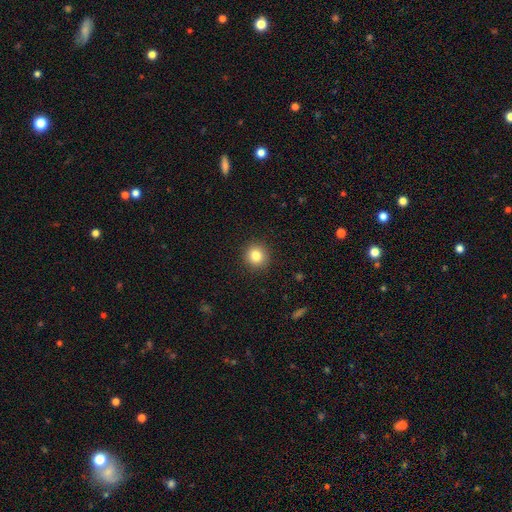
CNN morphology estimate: A smooth galaxy with no disk features (83%) that is round (91%).

Vote fractions:
- Smooth or featured? smooth: 83% / star or artifact: 11% / featured or disk: 6%
- How rounded? round: 91% / in between: 8% / cigar-shaped: 1%
- Merging? none: 91% / minor disturbance: 6% / major disturbance: 2% / merger: 1%